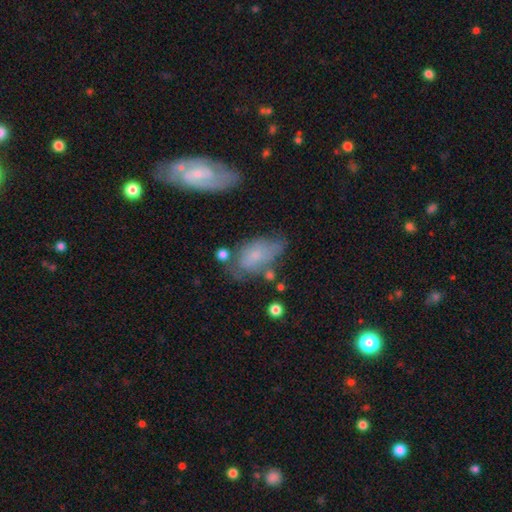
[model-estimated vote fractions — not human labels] smooth-or-featured: smooth: 53% | featured or disk: 38% | star or artifact: 9%
  how-rounded: in between: 89% | round: 7% | cigar-shaped: 4%
  merging: none: 43% | minor disturbance: 30% | major disturbance: 17% | merger: 10%